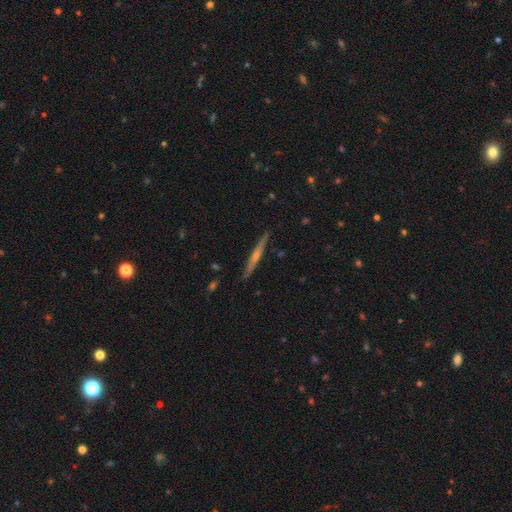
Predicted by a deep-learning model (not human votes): featured or disk 70%, smooth 23%, star or artifact 6%. Down the decision tree: edge-on disk — yes (97%); edge-on bulge — rounded (67%); merging — none (89%).